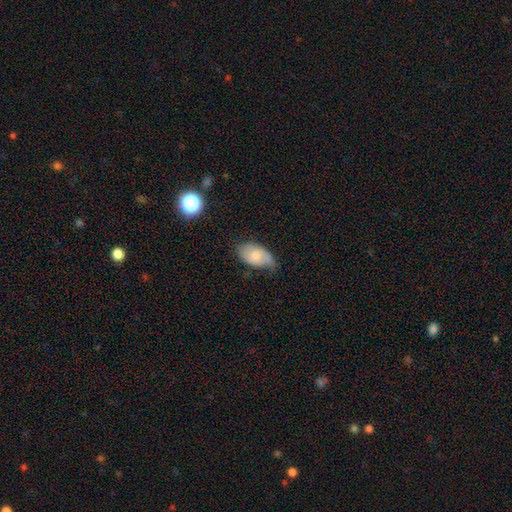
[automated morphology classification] Smooth or featured? smooth (69%)
How rounded? in between (93%)
Merging? none (48%)